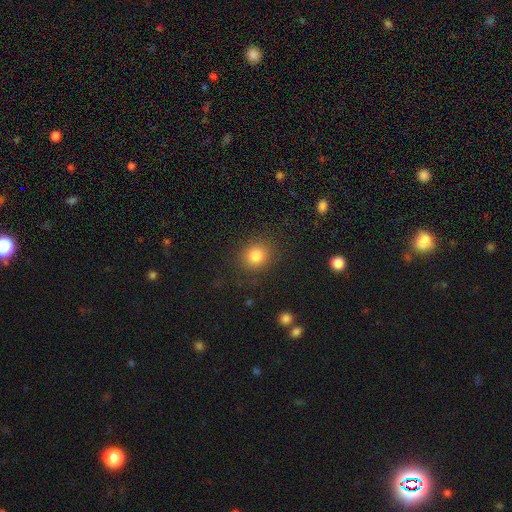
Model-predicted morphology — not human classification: Smooth or featured? smooth (83%)
How rounded? round (75%)
Merging? none (83%)